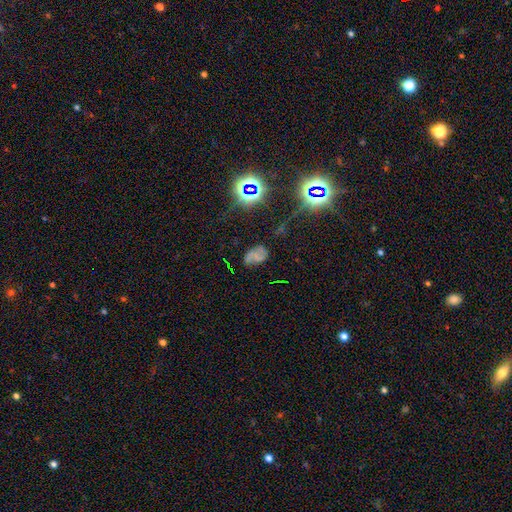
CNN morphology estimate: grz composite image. It shows a featured or disk galaxy (43%). Merging: none (56%).